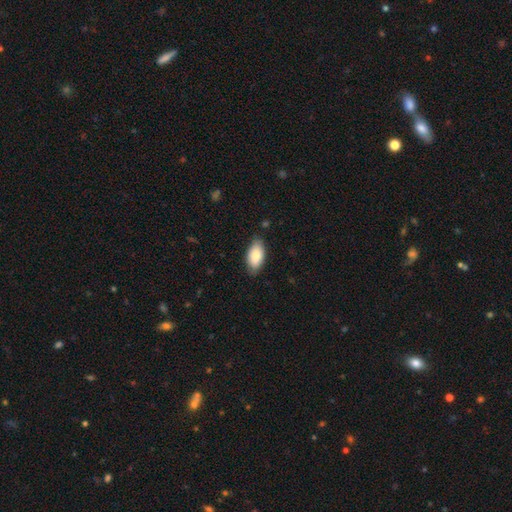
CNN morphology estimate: The model was most divided on "merging": none: 81%, minor disturbance: 15%, major disturbance: 2%, merger: 1%. More confident: how rounded — in between (94%); smooth or featured — smooth (84%).